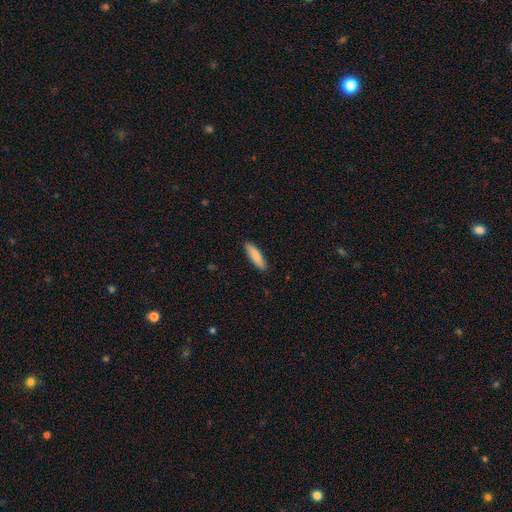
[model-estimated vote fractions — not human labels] A smooth galaxy with no disk features (84%) that is cigar-shaped (68%).

Vote fractions:
- Smooth or featured? smooth: 84% / featured or disk: 10% / star or artifact: 5%
- How rounded? cigar-shaped: 68% / in between: 31% / round: 1%
- Merging? none: 89% / minor disturbance: 8% / major disturbance: 2% / merger: 1%